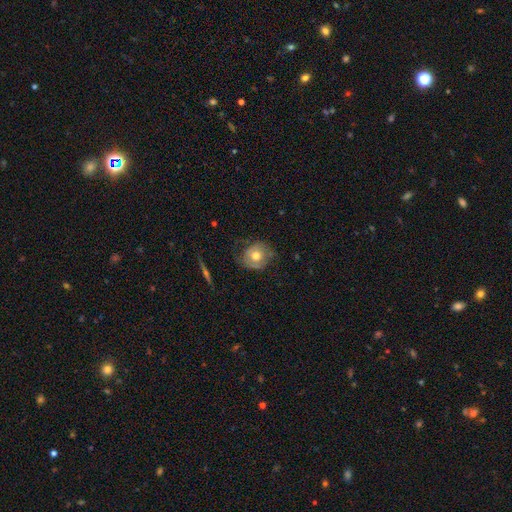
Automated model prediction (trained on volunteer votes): This appears to be a smooth galaxy with no disk features (53%) that is round (73%). Merging: none (60%).